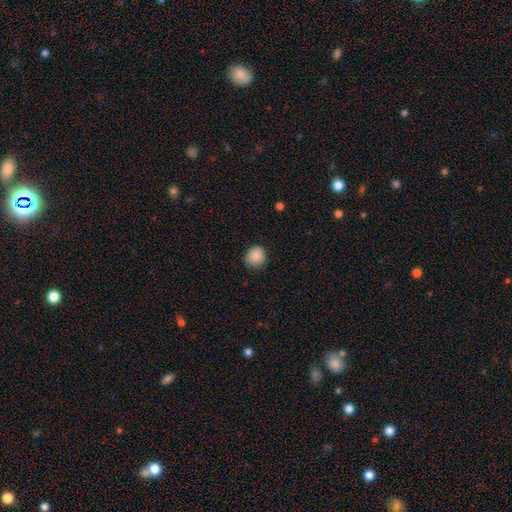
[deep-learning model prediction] Overall: smooth (87%). How rounded: round (88%). Merging: none (87%).